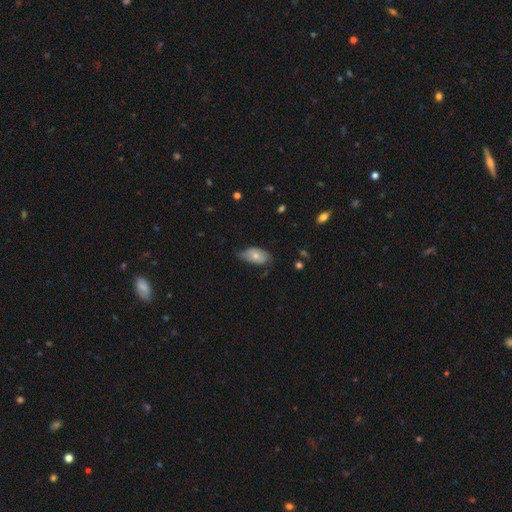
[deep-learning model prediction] Smooth or featured? Predicted: smooth (p=0.63). How rounded? Predicted: in between (p=0.92). Merging? Predicted: none (p=0.46).